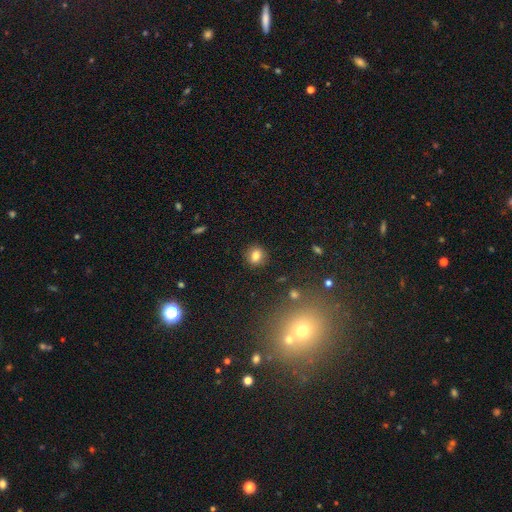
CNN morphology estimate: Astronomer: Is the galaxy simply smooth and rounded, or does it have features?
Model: smooth — 81%.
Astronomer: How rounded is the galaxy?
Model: round — 76%.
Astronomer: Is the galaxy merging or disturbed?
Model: none — 89%.